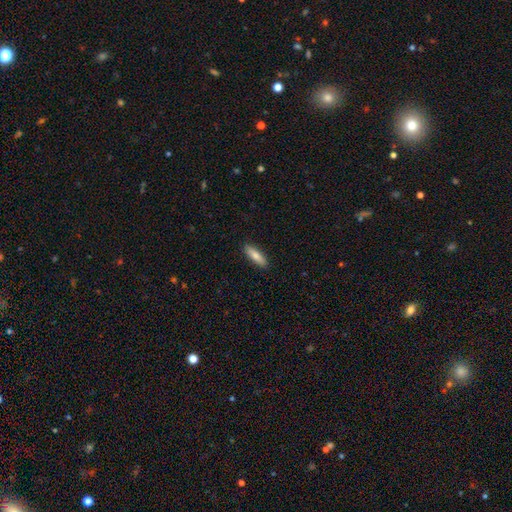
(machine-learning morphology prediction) This appears to be a smooth galaxy with no disk features (80%) that is cigar-shaped (59%). Merging: none (90%).